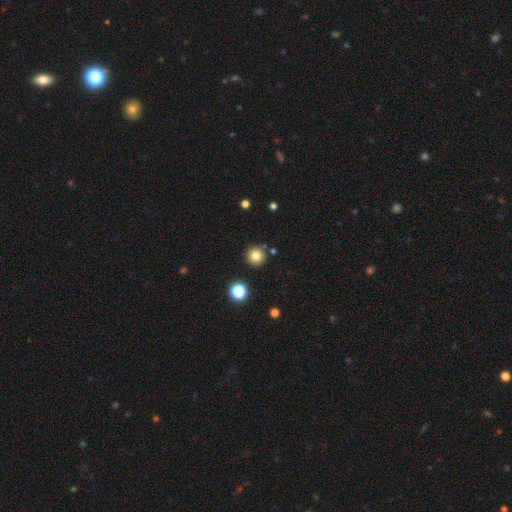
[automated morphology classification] type=smooth (79%); roundness=round (96%); merging=none (88%).